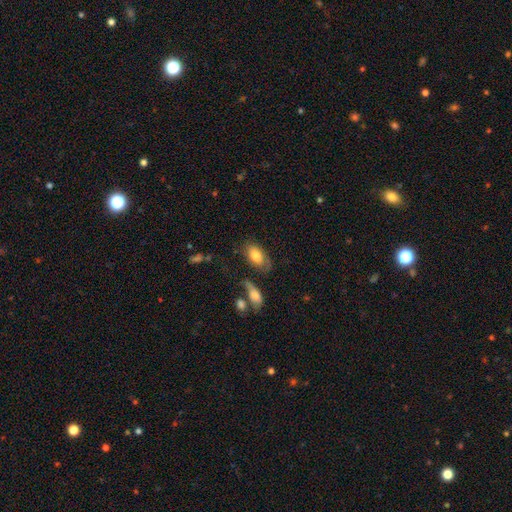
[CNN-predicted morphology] This appears to be a smooth galaxy with no disk features (78%) that is in between round and cigar-shaped (93%). Merging: none (58%).